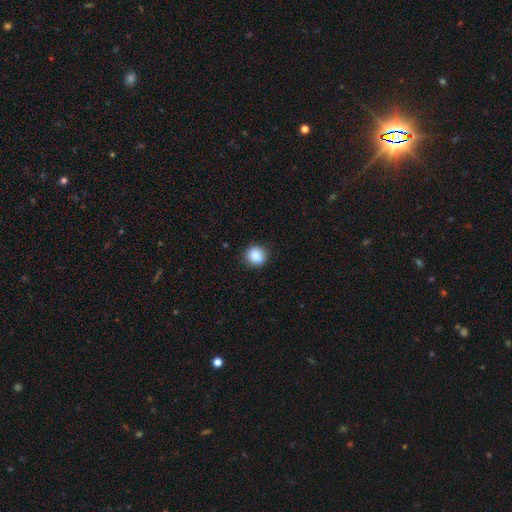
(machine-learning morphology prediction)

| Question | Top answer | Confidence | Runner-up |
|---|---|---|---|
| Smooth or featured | smooth | 87% | star or artifact (9%) |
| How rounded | round | 80% | in between (19%) |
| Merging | none | 86% | minor disturbance (10%) |